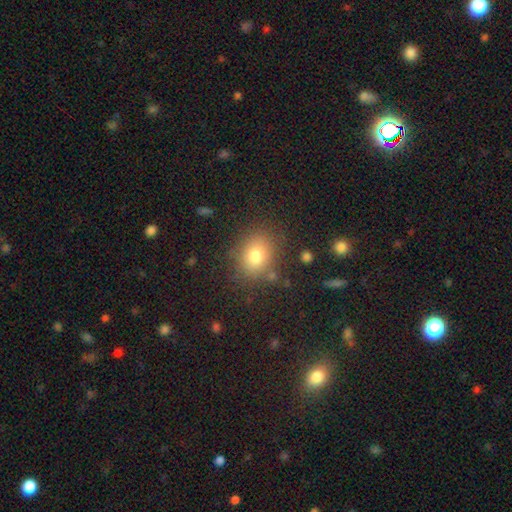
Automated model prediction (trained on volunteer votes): A smooth galaxy with no disk features (78%) that is round (52%).

Vote fractions:
- Smooth or featured? smooth: 78% / star or artifact: 13% / featured or disk: 9%
- How rounded? round: 52% / in between: 47% / cigar-shaped: 1%
- Merging? none: 83% / minor disturbance: 11% / major disturbance: 4% / merger: 3%